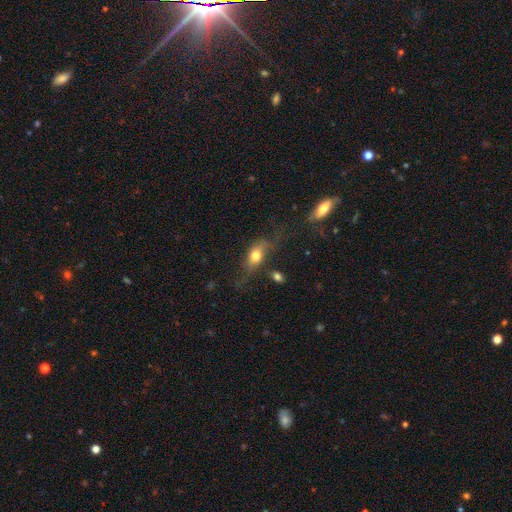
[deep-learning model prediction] A smooth galaxy with no disk features (66%) that is in between round and cigar-shaped (74%). Merging: none (51%).